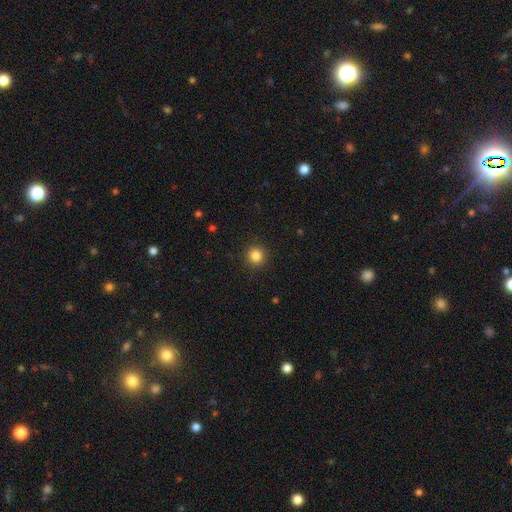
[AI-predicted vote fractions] Q: Smooth or featured?
A: smooth (85%); runner-up: star or artifact (11%)
Q: How rounded?
A: round (94%); runner-up: in between (5%)
Q: Merging?
A: none (92%); runner-up: minor disturbance (5%)